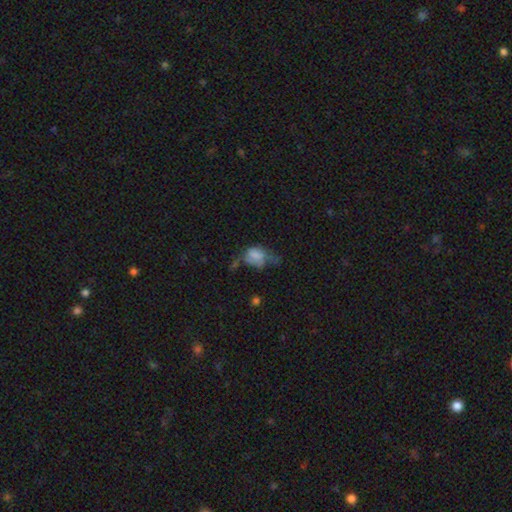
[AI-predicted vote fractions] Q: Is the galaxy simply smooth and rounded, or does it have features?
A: smooth — 63%.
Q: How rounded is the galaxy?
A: in between — 70%.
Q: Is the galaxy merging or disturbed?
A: major disturbance — 39%.